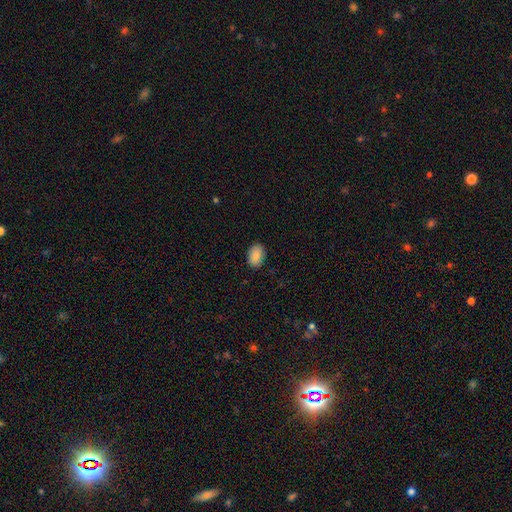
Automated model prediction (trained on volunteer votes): Smooth or featured? Predicted: smooth (p=0.86). How rounded? Predicted: in between (p=0.86). Merging? Predicted: none (p=0.86).